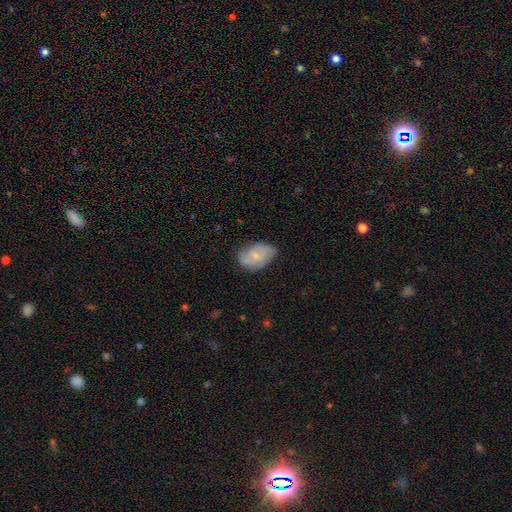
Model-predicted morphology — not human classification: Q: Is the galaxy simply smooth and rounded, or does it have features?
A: smooth — 59%.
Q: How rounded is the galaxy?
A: in between — 86%.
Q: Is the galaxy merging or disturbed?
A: none — 63%.